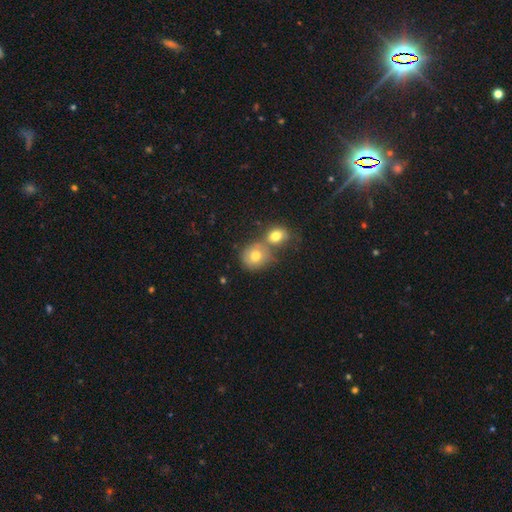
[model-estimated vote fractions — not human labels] Smooth or featured? smooth (73%)
How rounded? round (76%)
Merging? merger (49%)